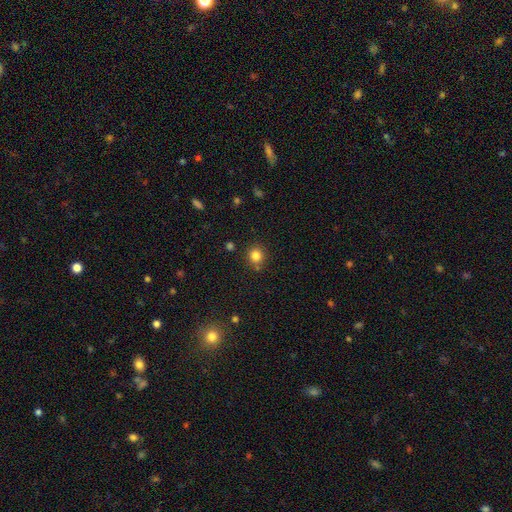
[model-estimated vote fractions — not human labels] Smooth or featured: smooth — 82% (star or artifact — 13%)
How rounded: round — 89% (in between — 10%)
Merging: none — 84% (minor disturbance — 9%)